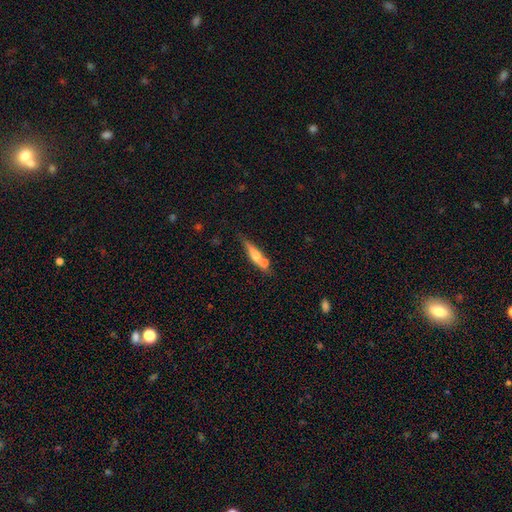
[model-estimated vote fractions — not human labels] The model was most divided on "smooth or featured": smooth: 50%, featured or disk: 43%, star or artifact: 7%. Remaining: how rounded — cigar-shaped (73%); merging — none (50%).